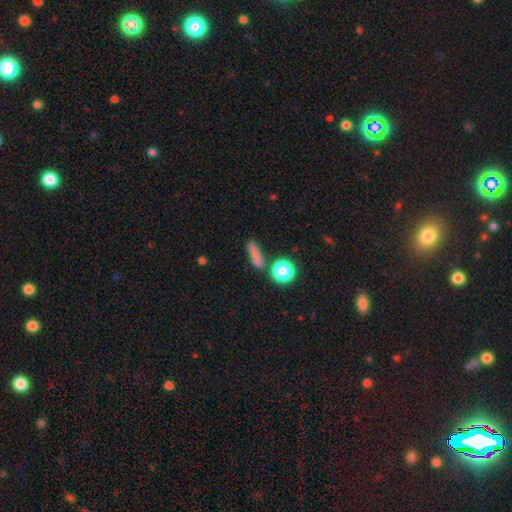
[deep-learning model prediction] This appears to be a smooth galaxy with no disk features (76%) that is cigar-shaped (50%). Merging: none (71%).